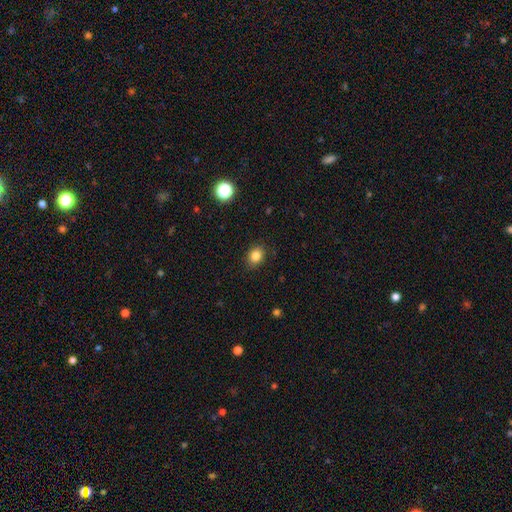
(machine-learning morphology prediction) A smooth galaxy with no disk features (83%) that is in between round and cigar-shaped (54%).

Vote fractions:
- Smooth or featured? smooth: 83% / star or artifact: 11% / featured or disk: 6%
- How rounded? in between: 54% / round: 45% / cigar-shaped: 1%
- Merging? none: 89% / minor disturbance: 8% / major disturbance: 2% / merger: 1%